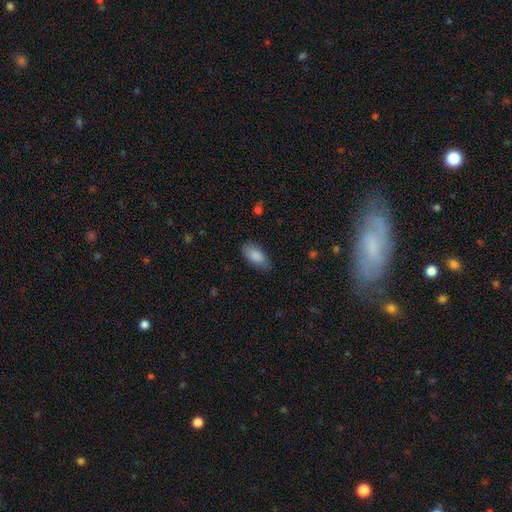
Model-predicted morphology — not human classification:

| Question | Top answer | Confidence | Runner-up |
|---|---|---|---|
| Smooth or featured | smooth | 86% | featured or disk (7%) |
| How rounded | in between | 92% | cigar-shaped (6%) |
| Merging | none | 78% | minor disturbance (17%) |